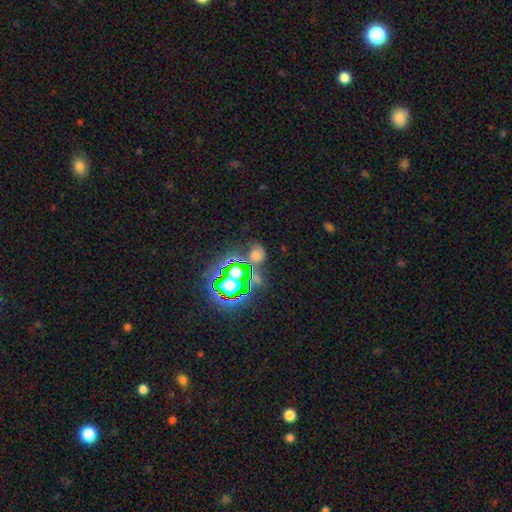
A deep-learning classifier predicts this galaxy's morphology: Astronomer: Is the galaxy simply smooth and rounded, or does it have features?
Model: star or artifact — 54% (runner-up: smooth, 36%).